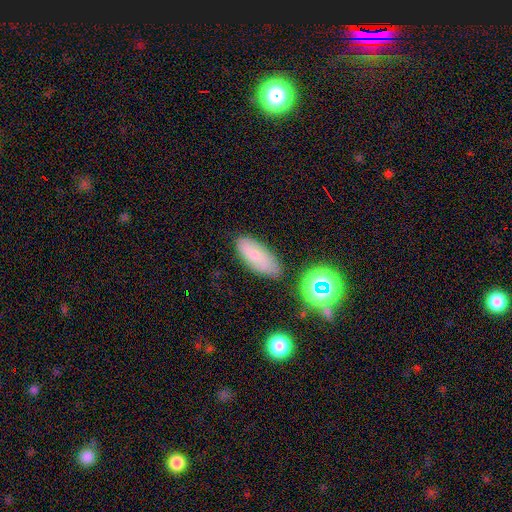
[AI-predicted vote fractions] smooth-or-featured: smooth: 69% | featured or disk: 19% | star or artifact: 13%
  how-rounded: in between: 81% | cigar-shaped: 15% | round: 4%
  merging: none: 76% | minor disturbance: 16% | major disturbance: 4% | merger: 4%